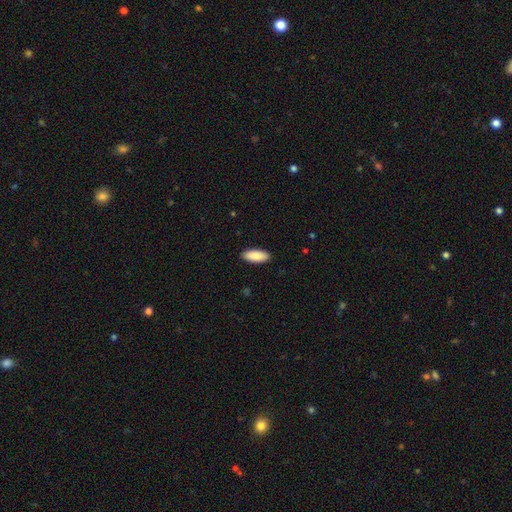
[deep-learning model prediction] Smooth or featured: smooth — 86% (featured or disk — 8%)
How rounded: in between — 84% (cigar-shaped — 14%)
Merging: none — 90% (minor disturbance — 7%)